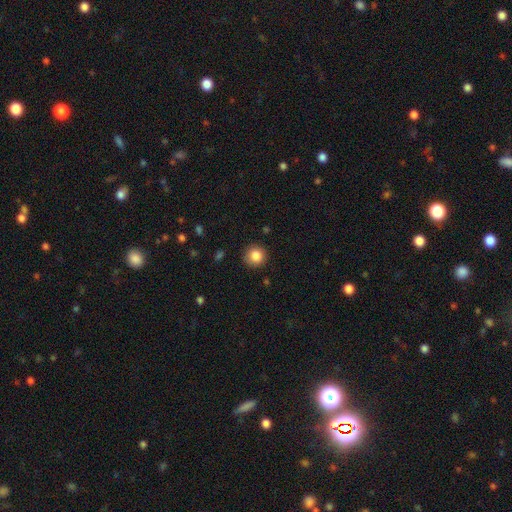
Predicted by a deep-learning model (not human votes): Smooth or featured?
  - smooth: 85% *
  - star or artifact: 10%
  - featured or disk: 5%
How rounded?
  - round: 93% *
  - in between: 6%
  - cigar-shaped: 1%
Merging?
  - none: 90% *
  - minor disturbance: 7%
  - major disturbance: 2%
  - merger: 1%